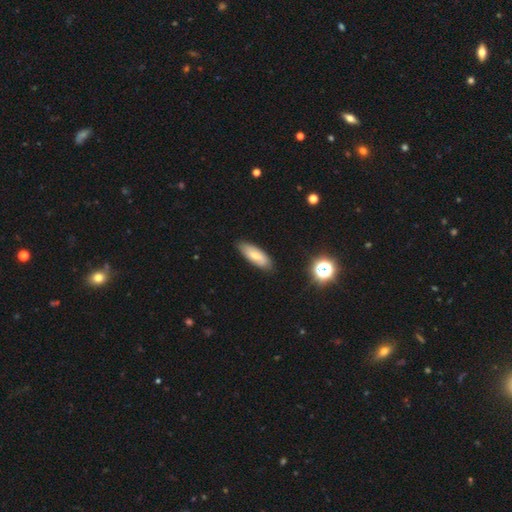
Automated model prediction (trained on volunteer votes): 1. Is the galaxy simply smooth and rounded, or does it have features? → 62% smooth, 30% featured or disk, 8% star or artifact.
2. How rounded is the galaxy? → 74% in between, 23% cigar-shaped, 2% round.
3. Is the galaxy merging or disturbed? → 82% none, 14% minor disturbance, 2% major disturbance, 1% merger.